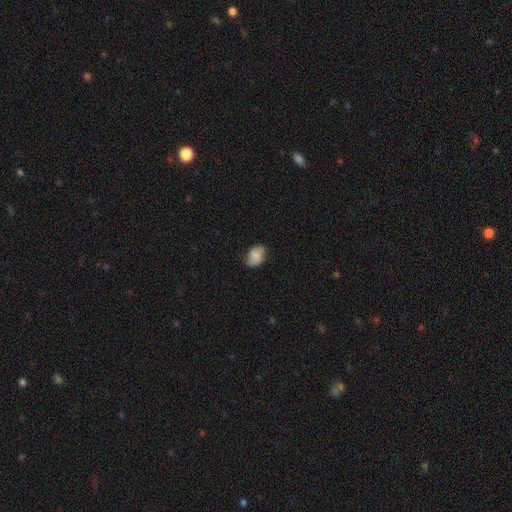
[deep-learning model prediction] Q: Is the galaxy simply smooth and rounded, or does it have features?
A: smooth — 81%.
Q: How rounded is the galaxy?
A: in between — 79%.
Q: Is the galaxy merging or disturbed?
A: none — 73%.